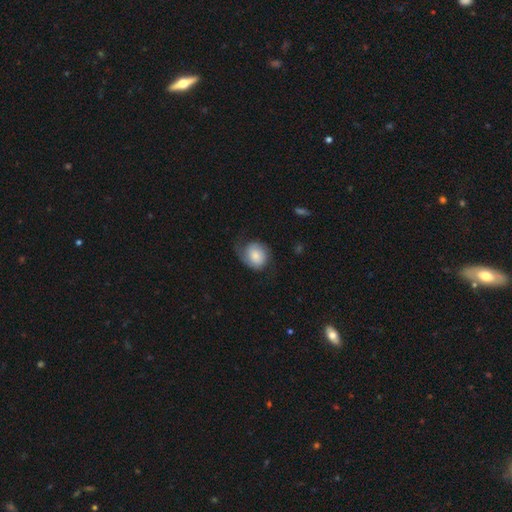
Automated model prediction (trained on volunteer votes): smooth_or_featured: smooth (p=0.56) [alt: featured or disk p=0.37]
how_rounded: round (p=0.65) [alt: in between p=0.34]
merging: none (p=0.51) [alt: minor disturbance p=0.28]